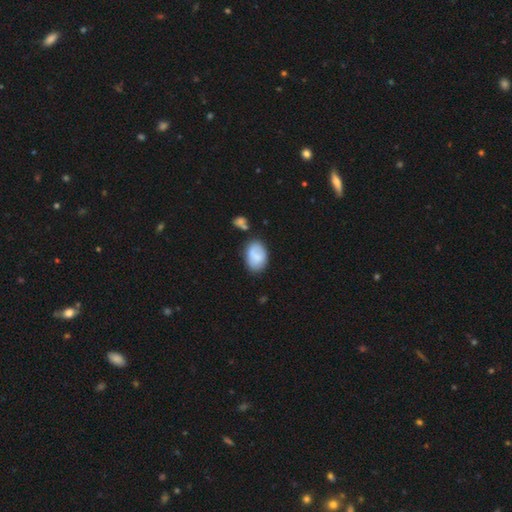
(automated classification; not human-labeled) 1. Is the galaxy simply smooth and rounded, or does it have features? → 75% smooth, 18% featured or disk, 7% star or artifact.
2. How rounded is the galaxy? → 87% in between, 12% round, 1% cigar-shaped.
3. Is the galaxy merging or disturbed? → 62% none, 23% minor disturbance, 10% merger, 6% major disturbance.